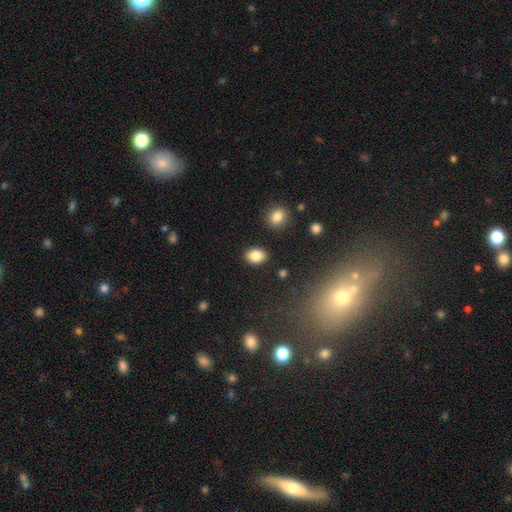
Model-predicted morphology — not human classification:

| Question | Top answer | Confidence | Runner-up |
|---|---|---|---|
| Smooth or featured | smooth | 85% | star or artifact (9%) |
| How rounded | in between | 76% | round (23%) |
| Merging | none | 87% | minor disturbance (9%) |